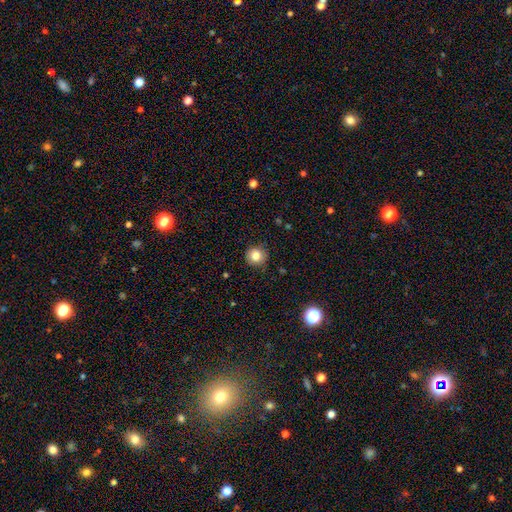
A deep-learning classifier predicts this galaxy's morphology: smooth 82%, star or artifact 10%, featured or disk 7%. Down the decision tree: how rounded — round (92%); merging — none (88%).